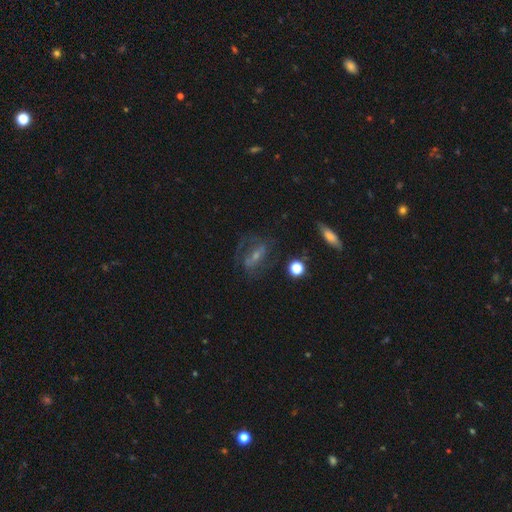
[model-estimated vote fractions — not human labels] This appears to be a featured or disk galaxy (62%) with a strong bar (39%), spiral arms (68%) and a small central bulge (51%). Merging: none (58%).